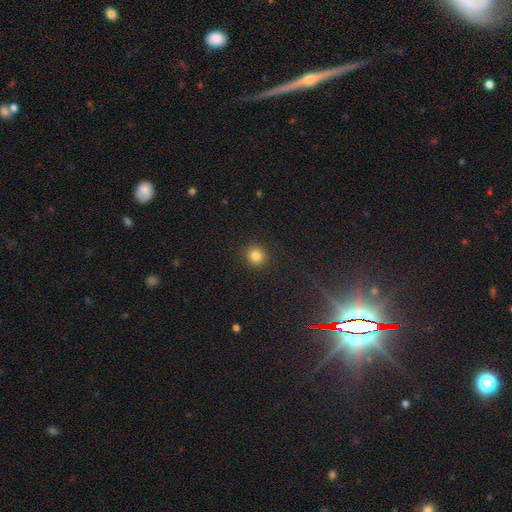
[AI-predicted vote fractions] This appears to be a smooth galaxy with no disk features (83%) that is round (92%). Merging: none (91%).